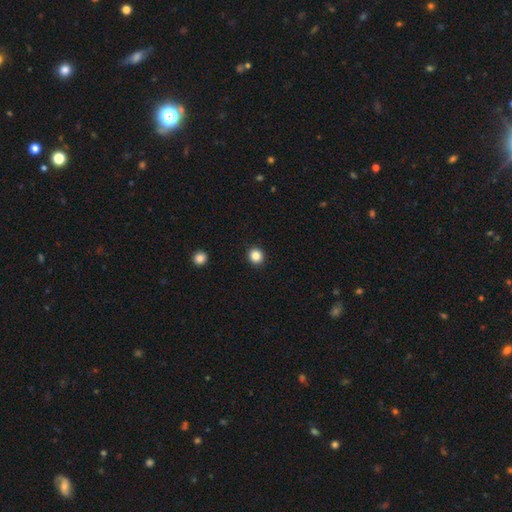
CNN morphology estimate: type=smooth (86%); roundness=round (90%); merging=none (93%).